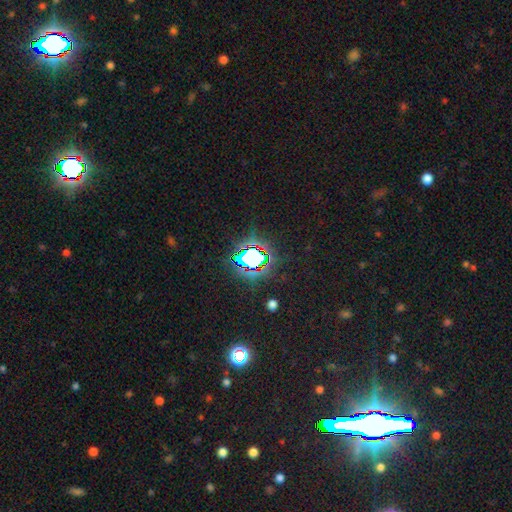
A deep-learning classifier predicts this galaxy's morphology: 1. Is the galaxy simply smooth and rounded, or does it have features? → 78% star or artifact, 14% smooth, 8% featured or disk.